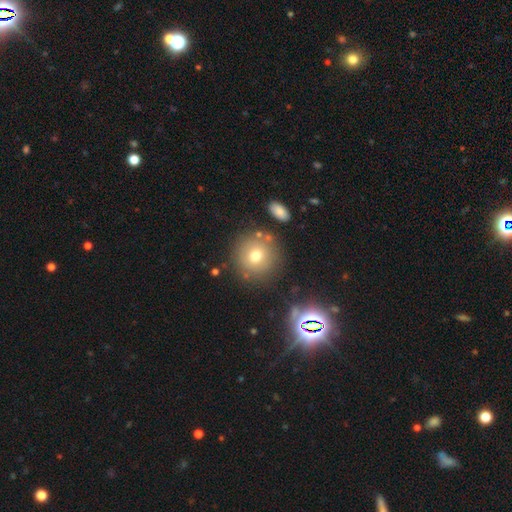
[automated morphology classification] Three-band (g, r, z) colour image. It shows a smooth galaxy with no disk features (70%) that is round (92%). Merging: none (80%).